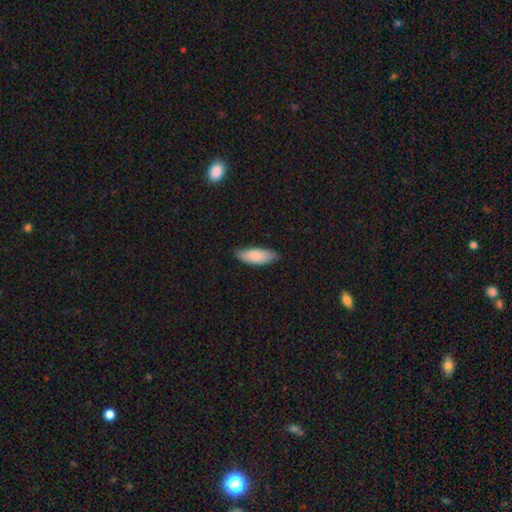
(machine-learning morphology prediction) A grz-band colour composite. It shows a smooth galaxy with no disk features (85%) that is in between round and cigar-shaped (75%). Merging: none (78%).